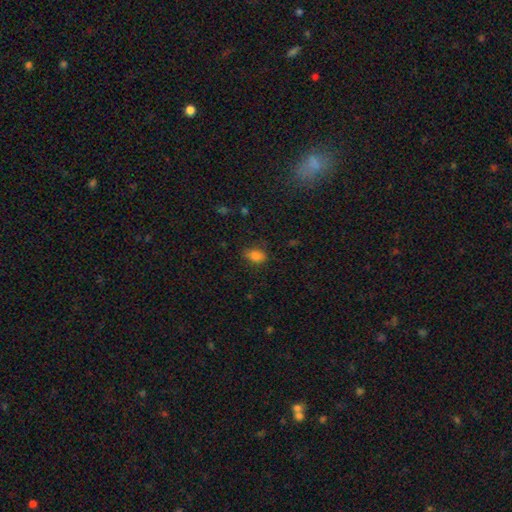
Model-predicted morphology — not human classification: A smooth galaxy with no disk features (84%) that is in between round and cigar-shaped (85%). Merging: none (78%).